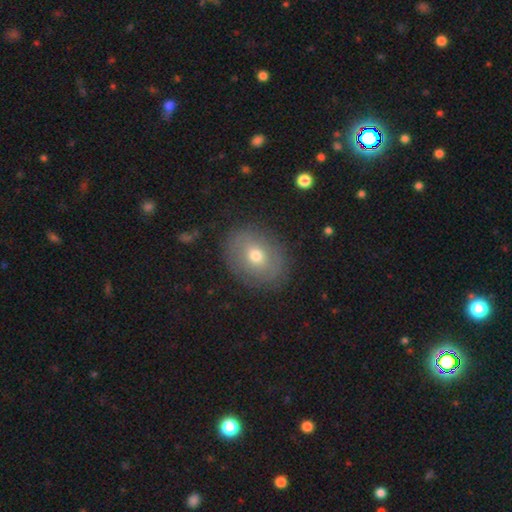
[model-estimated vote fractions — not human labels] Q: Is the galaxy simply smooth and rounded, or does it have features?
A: smooth — 59%.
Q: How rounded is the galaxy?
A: in between — 55%.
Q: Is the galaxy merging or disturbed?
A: none — 83%.